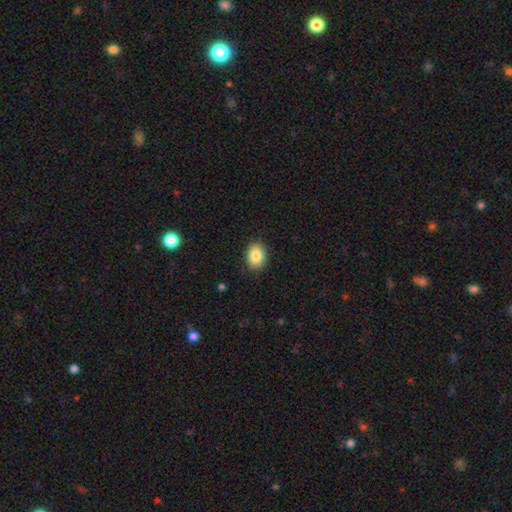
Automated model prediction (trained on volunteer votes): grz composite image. It shows a smooth galaxy with no disk features (86%) that is in between round and cigar-shaped (67%). Merging: none (88%).